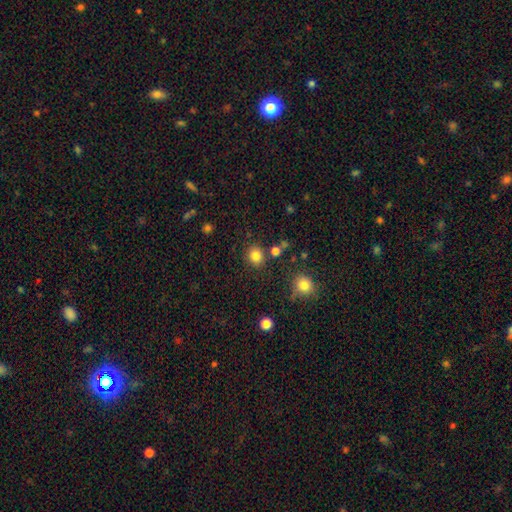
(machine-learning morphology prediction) This appears to be a smooth galaxy with no disk features (83%) that is round (84%). Merging: none (84%).